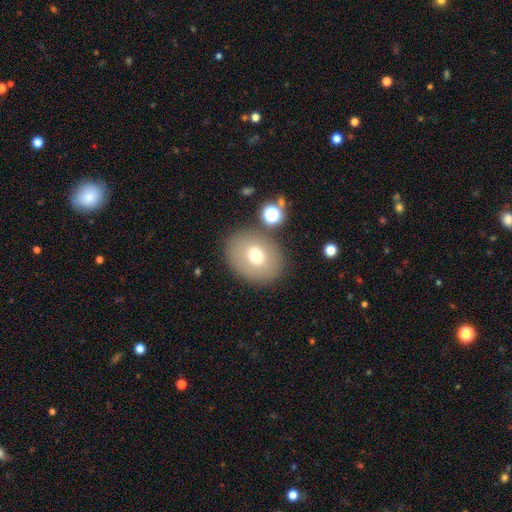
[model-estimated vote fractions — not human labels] smooth 70%, featured or disk 19%, star or artifact 11%. Down the decision tree: how rounded — round (52%); merging — none (79%).